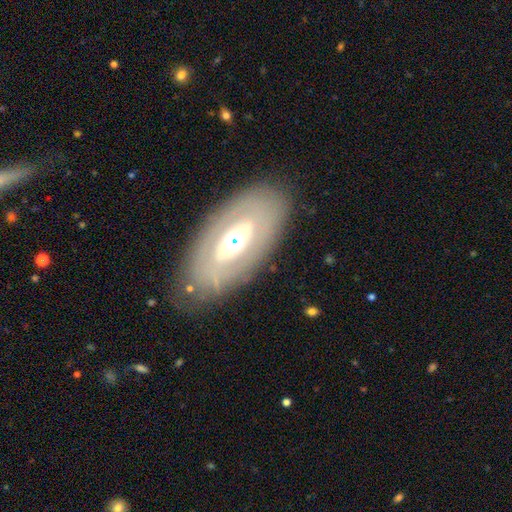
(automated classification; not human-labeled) A featured or disk galaxy (65%) with no bar (73%), no spiral arms (72%) and a moderate central bulge (61%). Merging: none (77%).